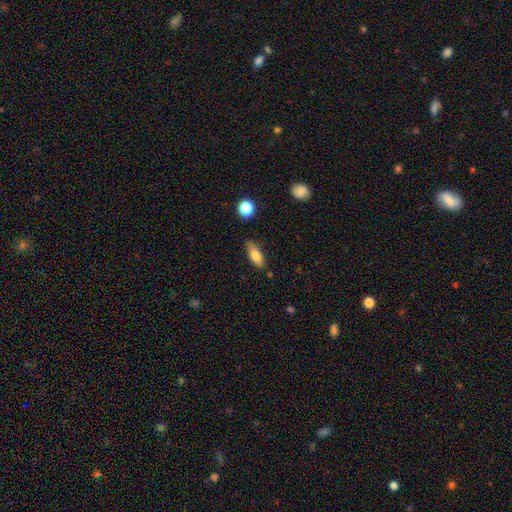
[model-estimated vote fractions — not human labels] This is likely a smooth galaxy (79%). How rounded: likely in between (73%). Merging: likely none (74%).